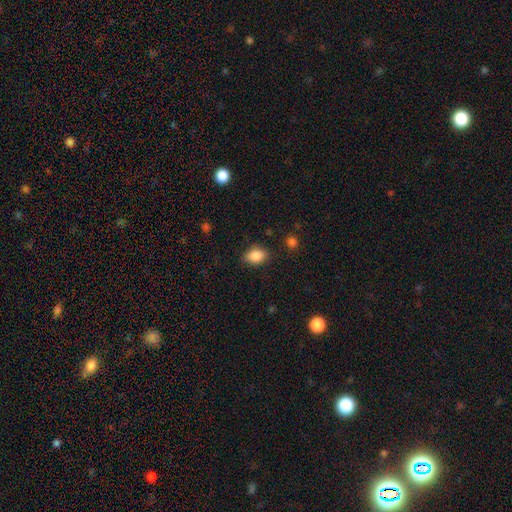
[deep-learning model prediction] Morphology: type=smooth (86%); roundness=in between (76%); merging=none (81%).